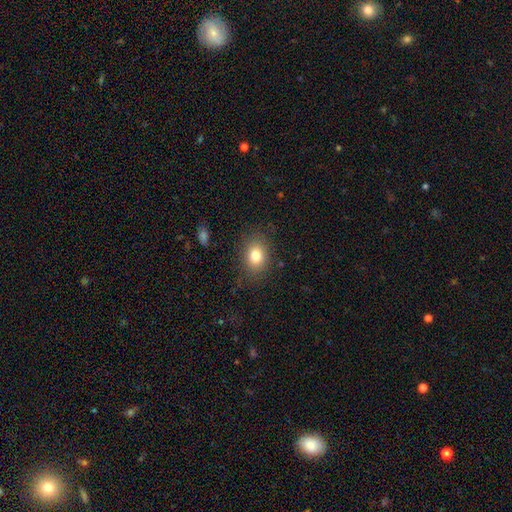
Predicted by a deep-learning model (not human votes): A smooth galaxy with no disk features (80%) that is in between round and cigar-shaped (63%). Merging: none (83%).